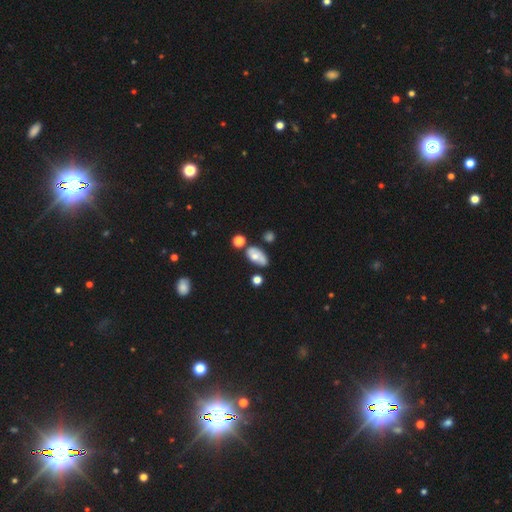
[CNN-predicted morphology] smooth 59%, featured or disk 31%, star or artifact 10%. Down the decision tree: how rounded — in between (86%); merging — none (49%).